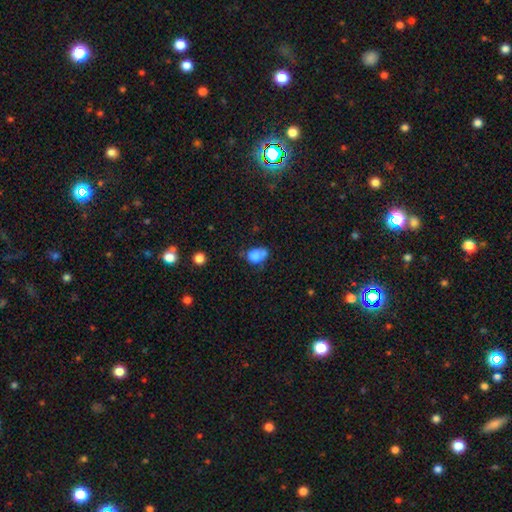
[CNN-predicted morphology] Smooth or featured: smooth — 76% (featured or disk — 13%)
How rounded: in between — 67% (round — 31%)
Merging: none — 34% (minor disturbance — 31%)